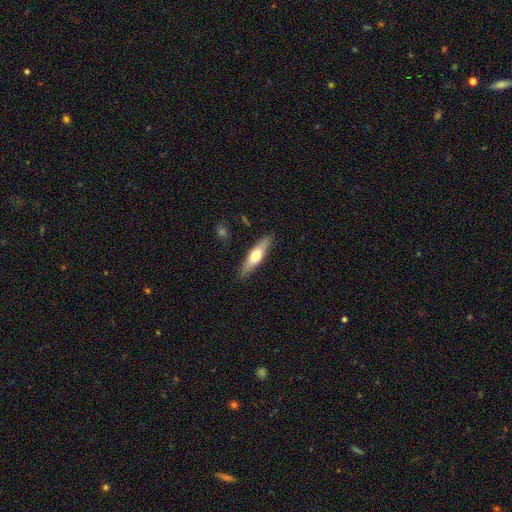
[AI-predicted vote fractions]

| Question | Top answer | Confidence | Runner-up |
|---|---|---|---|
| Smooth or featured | smooth | 48% | featured or disk (46%) |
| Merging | none | 88% | minor disturbance (9%) |